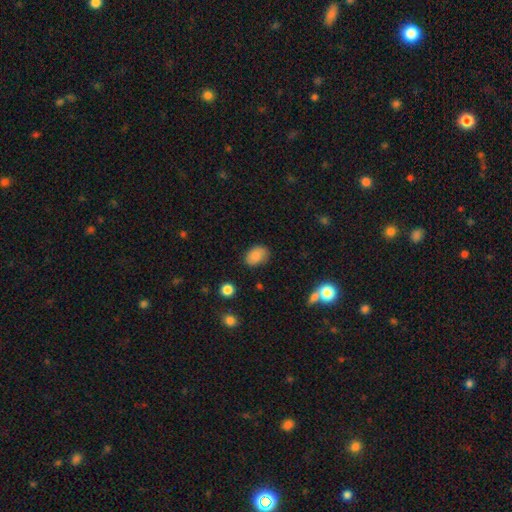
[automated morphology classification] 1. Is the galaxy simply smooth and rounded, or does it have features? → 83% smooth, 9% star or artifact, 8% featured or disk.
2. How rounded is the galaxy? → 80% in between, 19% round, 1% cigar-shaped.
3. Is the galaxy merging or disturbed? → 78% none, 17% minor disturbance, 4% major disturbance, 2% merger.